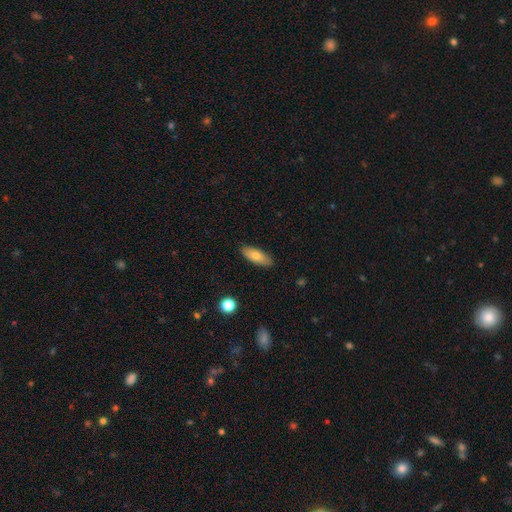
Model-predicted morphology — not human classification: A smooth galaxy with no disk features (75%) that is in between round and cigar-shaped (73%). Merging: none (86%).